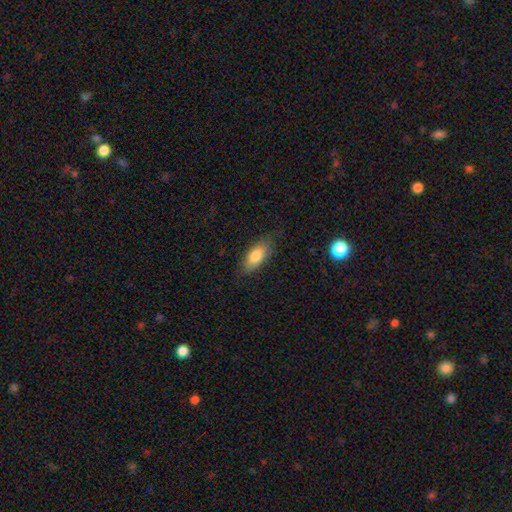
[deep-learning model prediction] Smooth or featured? Predicted: smooth (p=0.81). How rounded? Predicted: in between (p=0.84). Merging? Predicted: none (p=0.78).